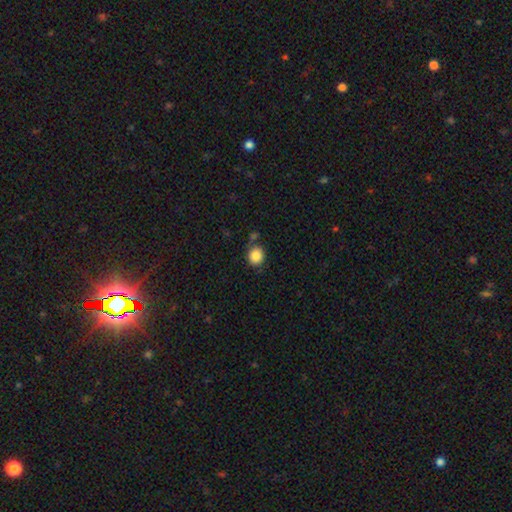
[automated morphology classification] The model was most divided on "merging": none: 74%, minor disturbance: 13%, merger: 9%, major disturbance: 4%. More confident: smooth or featured — smooth (87%); how rounded — round (81%).